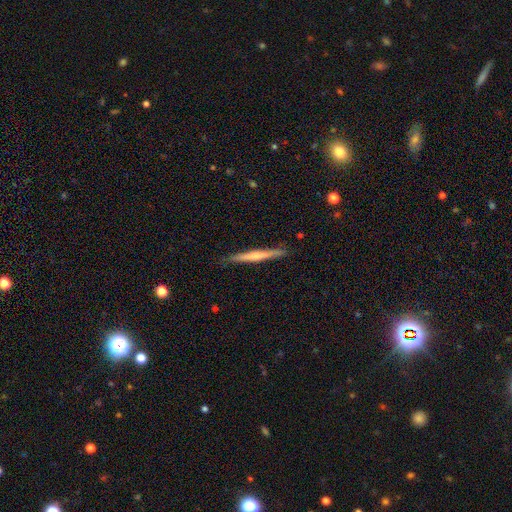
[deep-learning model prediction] The model was most divided on "smooth or featured": smooth: 49%, featured or disk: 46%, star or artifact: 5%. More confident: merging — none (87%).